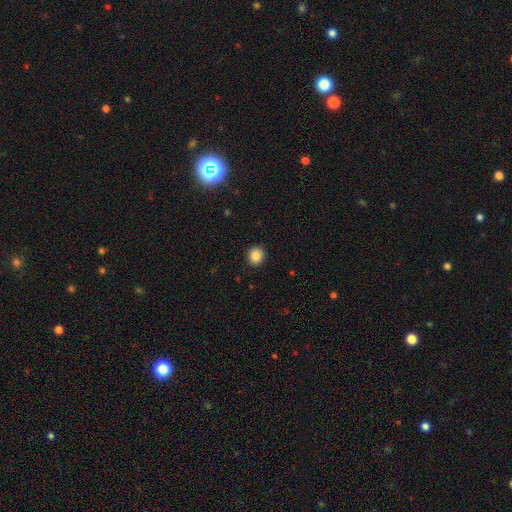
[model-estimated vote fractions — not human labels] Smooth or featured?
  - smooth: 87% *
  - star or artifact: 10%
  - featured or disk: 4%
How rounded?
  - round: 86% *
  - in between: 13%
  - cigar-shaped: 1%
Merging?
  - none: 92% *
  - minor disturbance: 5%
  - major disturbance: 2%
  - merger: 1%